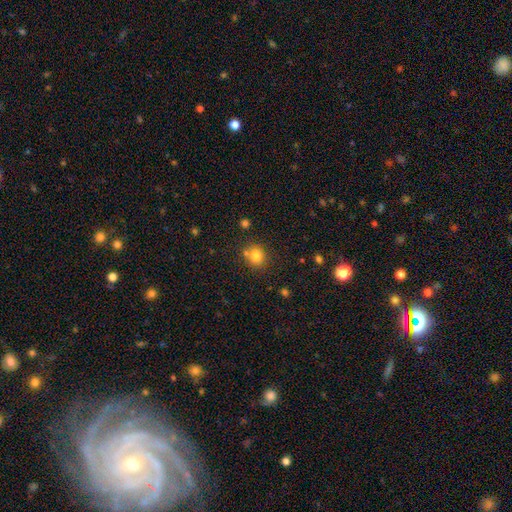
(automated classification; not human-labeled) The model was most divided on "merging": none: 73%, merger: 14%, minor disturbance: 11%, major disturbance: 3%. More confident: how rounded — round (86%); smooth or featured — smooth (80%).